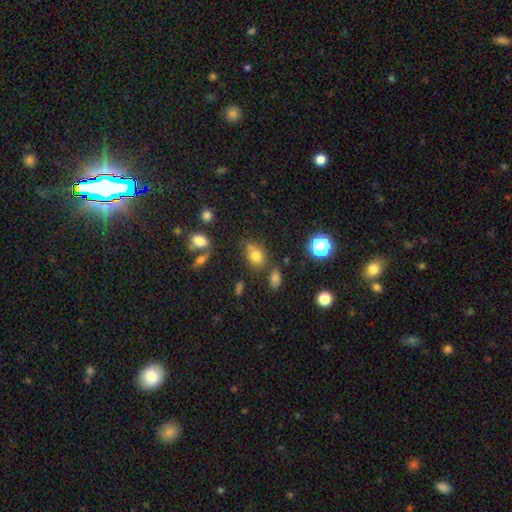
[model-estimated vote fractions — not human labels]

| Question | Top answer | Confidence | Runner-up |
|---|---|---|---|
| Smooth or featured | smooth | 75% | star or artifact (15%) |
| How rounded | in between | 66% | round (32%) |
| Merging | none | 59% | minor disturbance (22%) |